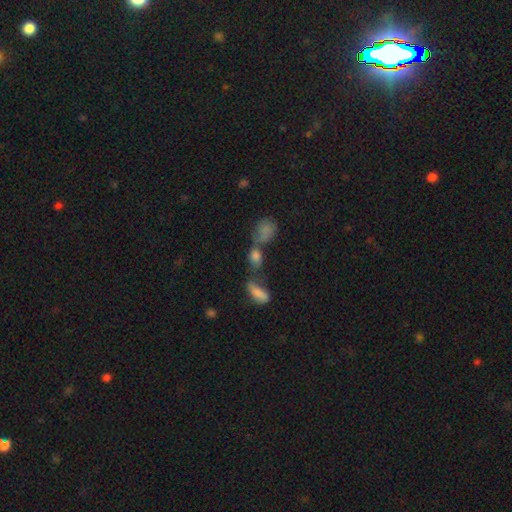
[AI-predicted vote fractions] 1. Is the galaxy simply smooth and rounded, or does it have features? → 60% smooth, 24% star or artifact, 16% featured or disk.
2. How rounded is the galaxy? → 56% in between, 32% round, 12% cigar-shaped.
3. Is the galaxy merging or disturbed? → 48% merger, 33% none, 11% minor disturbance, 8% major disturbance.